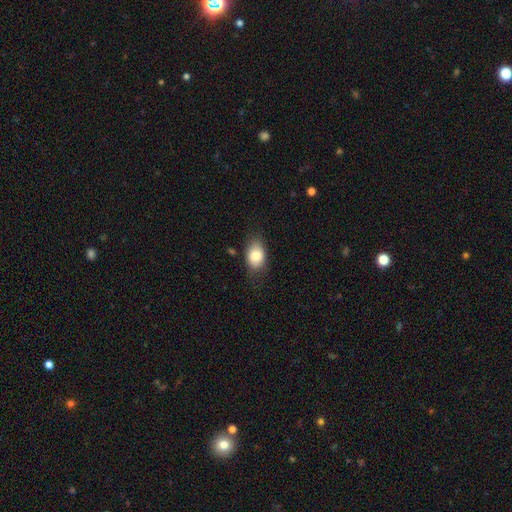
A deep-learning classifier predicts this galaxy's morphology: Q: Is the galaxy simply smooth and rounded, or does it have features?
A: smooth — 83%.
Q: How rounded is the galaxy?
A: in between — 79%.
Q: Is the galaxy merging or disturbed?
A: none — 73%.